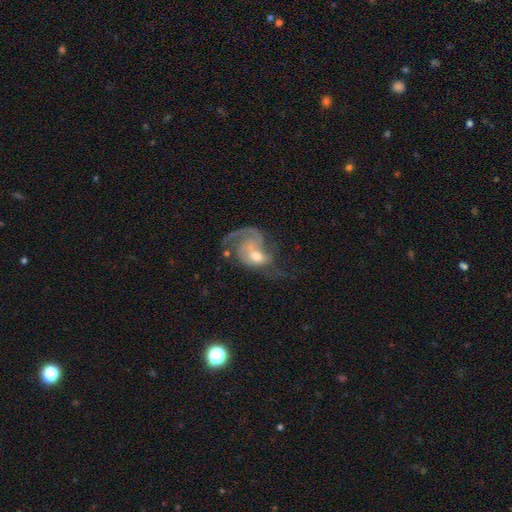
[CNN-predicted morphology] Smooth or featured?
  - featured or disk: 80% *
  - smooth: 13%
  - star or artifact: 7%
Edge-on disk?
  - no: 97% *
  - yes: 3%
Bar?
  - no: 66% *
  - weak: 28%
  - strong: 6%
Spiral arms?
  - yes: 89% *
  - no: 11%
Spiral winding?
  - medium: 42% *
  - loose: 35%
  - tight: 23%
Spiral arm count?
  - 2: 37% *
  - 1: 32%
  - can't tell: 14%
  - 3: 11%
  - 4: 3%
  - more than 4: 3%
Bulge size?
  - moderate: 57% *
  - small: 27%
  - large: 10%
  - none: 4%
  - dominant: 2%
Merging?
  - major disturbance: 42% *
  - none: 32%
  - minor disturbance: 17%
  - merger: 9%